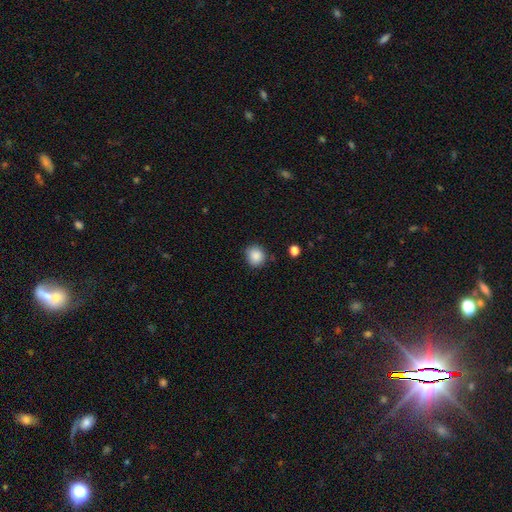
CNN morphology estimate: A smooth galaxy with no disk features (88%) that is round (83%).

Vote fractions:
- Smooth or featured? smooth: 88% / star or artifact: 9% / featured or disk: 3%
- How rounded? round: 83% / in between: 16% / cigar-shaped: 1%
- Merging? none: 82% / minor disturbance: 12% / major disturbance: 3% / merger: 2%